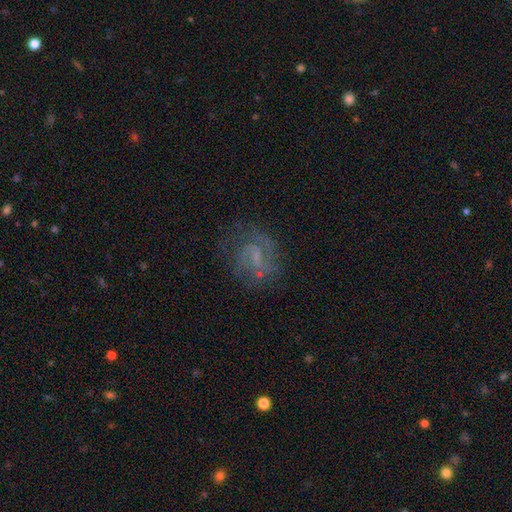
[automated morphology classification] smooth-or-featured: featured or disk: 73% | smooth: 16% | star or artifact: 11%
  disk-edge-on: no: 97% | yes: 3%
    bar: weak: 53% | no: 30% | strong: 16%
    has-spiral-arms: yes: 86% | no: 14%
      spiral-winding: medium: 48% | tight: 27% | loose: 25%
      spiral-arm-count: 2: 67% | can't tell: 16% | 1: 9% | 3: 5% | 4: 2% | more than 4: 2%
    bulge-size: small: 43% | none: 41% | moderate: 13% | large: 2% | dominant: 1%
  merging: none: 65% | minor disturbance: 18% | major disturbance: 15% | merger: 3%